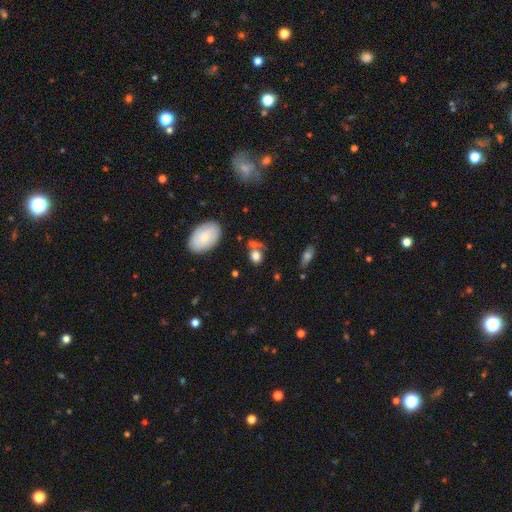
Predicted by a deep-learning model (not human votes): The model was most divided on "how rounded": round: 53%, in between: 44%, cigar-shaped: 2%. More confident: smooth or featured — smooth (77%); merging — none (54%).